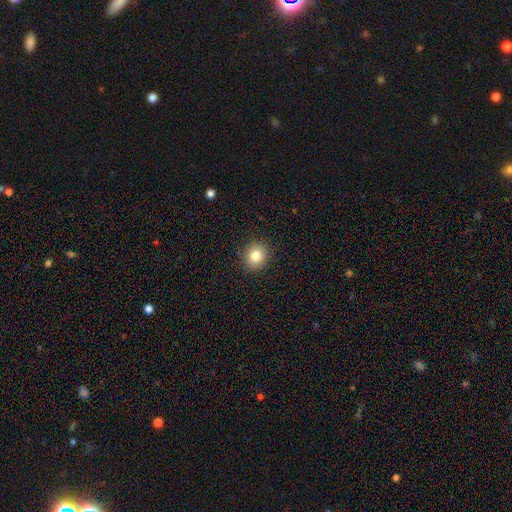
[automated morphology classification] The model was most divided on "how rounded": round: 84%, in between: 15%, cigar-shaped: 1%. More confident: merging — none (91%); smooth or featured — smooth (82%).